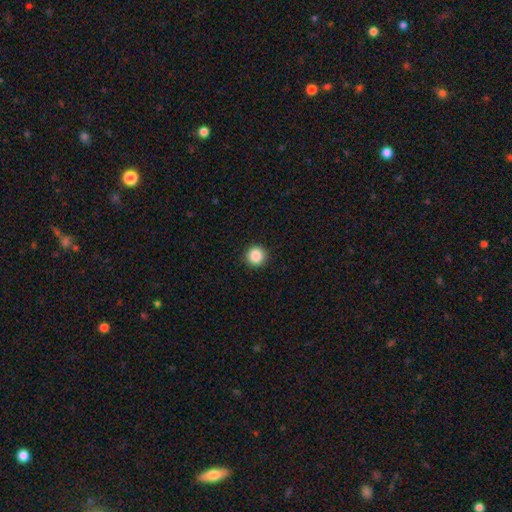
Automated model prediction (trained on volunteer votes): Smooth or featured?
  - smooth: 87% *
  - star or artifact: 9%
  - featured or disk: 3%
How rounded?
  - round: 95% *
  - in between: 4%
  - cigar-shaped: 1%
Merging?
  - none: 93% *
  - minor disturbance: 5%
  - major disturbance: 2%
  - merger: 1%